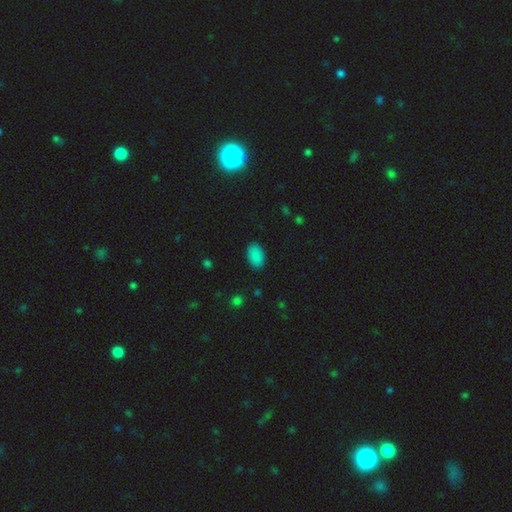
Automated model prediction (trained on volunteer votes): Q: Smooth or featured?
A: smooth (88%); runner-up: star or artifact (9%)
Q: How rounded?
A: in between (92%); runner-up: round (7%)
Q: Merging?
A: none (88%); runner-up: minor disturbance (9%)